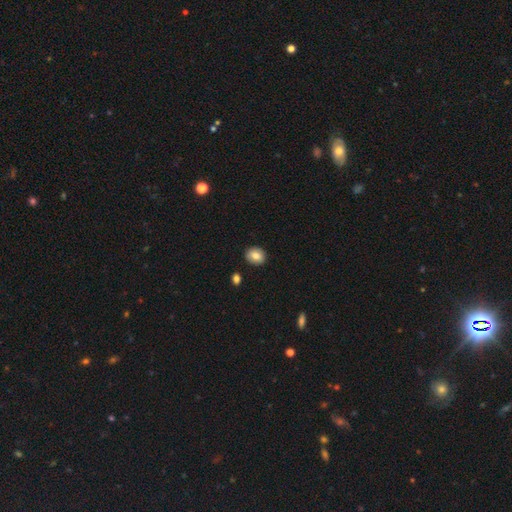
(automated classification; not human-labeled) This is clearly a smooth galaxy (81%). How rounded: possibly round (57%). Merging: clearly none (89%).